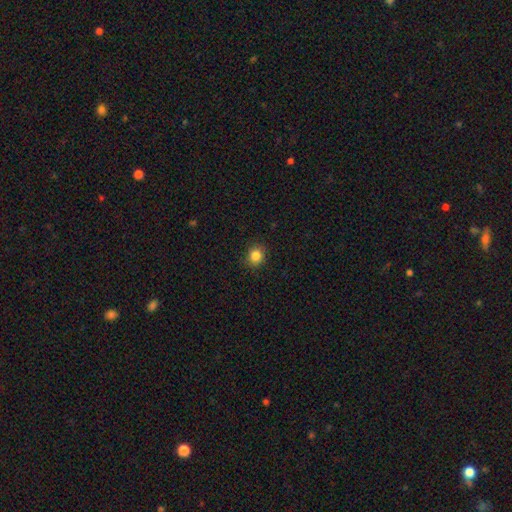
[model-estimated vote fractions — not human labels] Smooth or featured?
  - smooth: 85% *
  - star or artifact: 11%
  - featured or disk: 5%
How rounded?
  - round: 80% *
  - in between: 19%
  - cigar-shaped: 1%
Merging?
  - none: 89% *
  - minor disturbance: 8%
  - major disturbance: 2%
  - merger: 1%